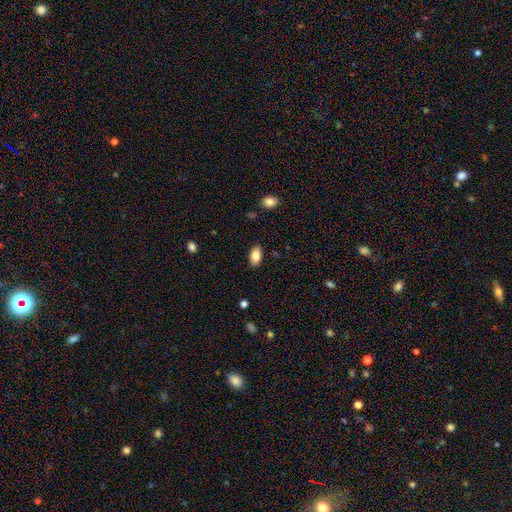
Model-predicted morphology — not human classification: smooth-or-featured: smooth: 84% | featured or disk: 8% | star or artifact: 7%
  how-rounded: in between: 93% | round: 5% | cigar-shaped: 2%
  merging: none: 87% | minor disturbance: 10% | major disturbance: 2% | merger: 1%